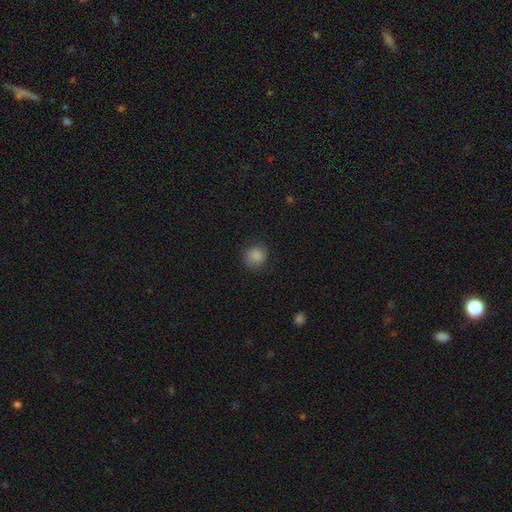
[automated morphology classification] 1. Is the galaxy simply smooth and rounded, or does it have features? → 82% smooth, 9% star or artifact, 9% featured or disk.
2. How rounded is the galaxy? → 84% round, 15% in between, 1% cigar-shaped.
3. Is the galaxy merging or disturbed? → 79% none, 15% minor disturbance, 5% major disturbance, 1% merger.